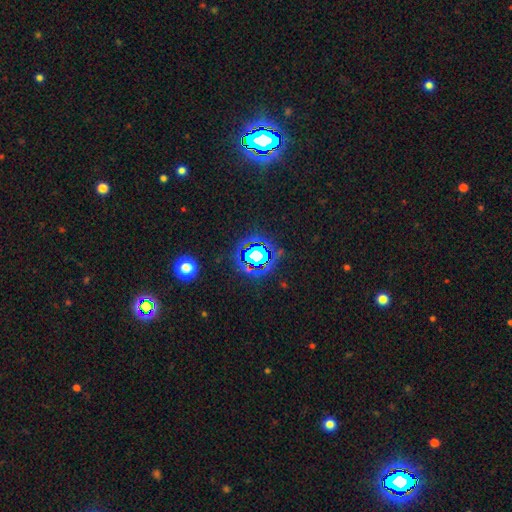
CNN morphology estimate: This appears to be a star or artifact, not a galaxy (69%).